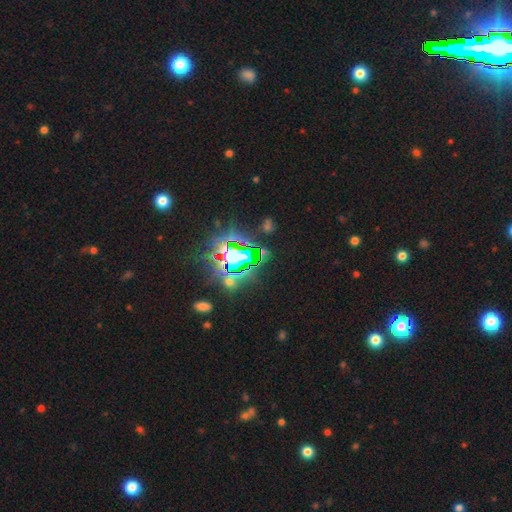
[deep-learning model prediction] The model was most divided on "smooth or featured": star or artifact: 81%, smooth: 10%, featured or disk: 8%.